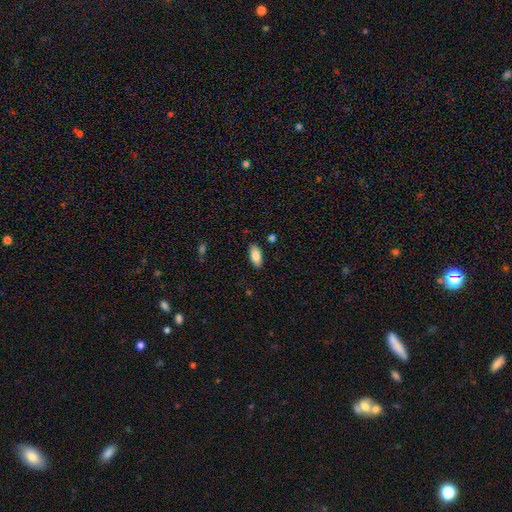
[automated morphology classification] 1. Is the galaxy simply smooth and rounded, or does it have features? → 84% smooth, 10% featured or disk, 7% star or artifact.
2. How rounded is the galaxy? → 89% in between, 9% cigar-shaped, 2% round.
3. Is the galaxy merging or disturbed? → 86% none, 10% minor disturbance, 2% major disturbance, 2% merger.